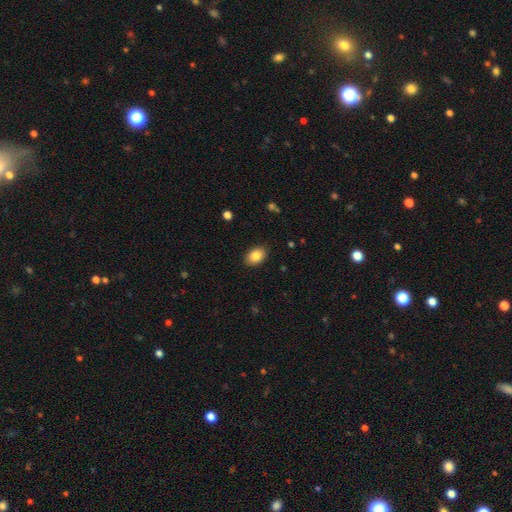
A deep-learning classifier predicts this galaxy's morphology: Overall: smooth (86%). How rounded: in between (84%). Merging: none (88%).